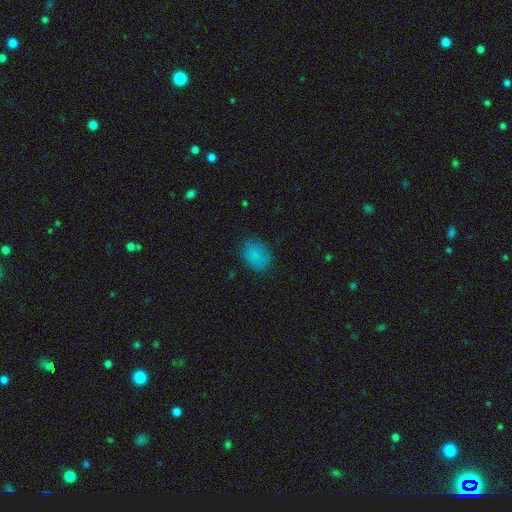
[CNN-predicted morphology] Overall: smooth (83%). How rounded: in between (70%). Merging: none (76%).